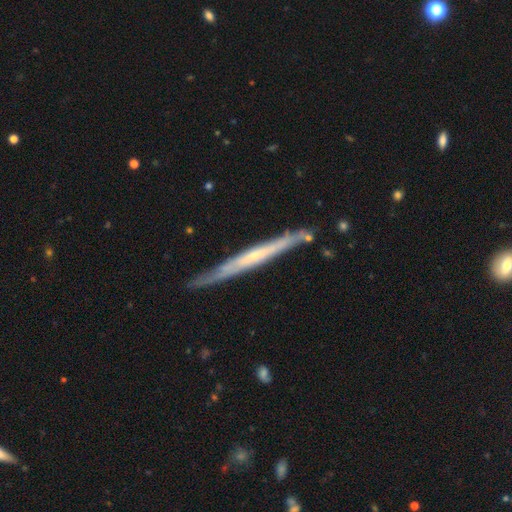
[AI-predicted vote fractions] Smooth or featured? featured or disk (70%)
Edge-on disk? yes (93%)
Edge-on bulge? none (63%)
Merging? none (81%)